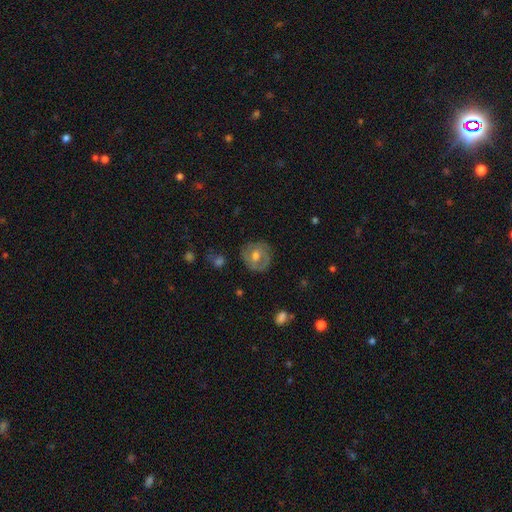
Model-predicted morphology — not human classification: The model was most divided on "bar": no: 55%, weak: 36%, strong: 9%. More confident: edge-on disk — no (96%); merging — none (78%); bulge size — moderate (74%); spiral arms — yes (67%); smooth or featured — featured or disk (56%).